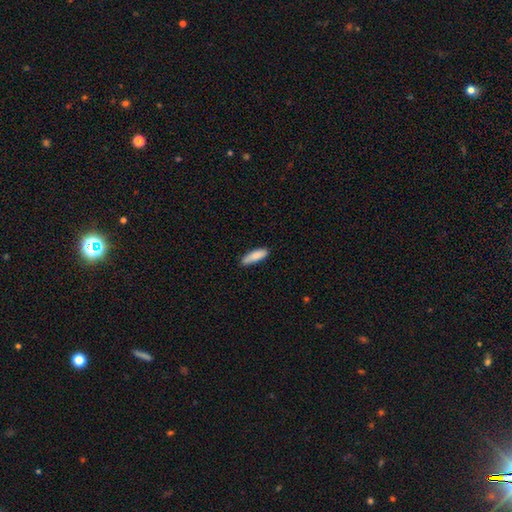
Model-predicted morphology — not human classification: Smooth or featured: smooth — 86% (featured or disk — 7%)
How rounded: cigar-shaped — 55% (in between — 43%)
Merging: none — 76% (minor disturbance — 19%)